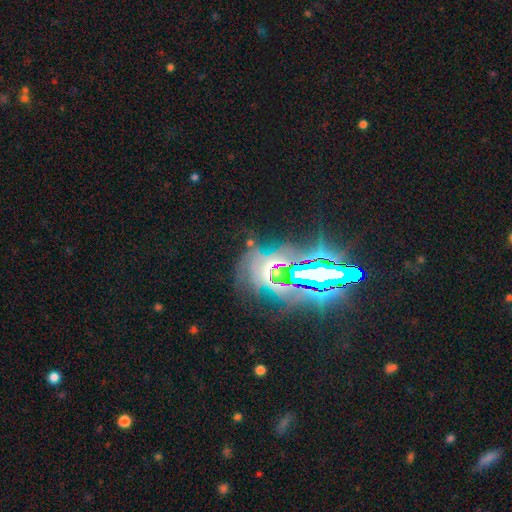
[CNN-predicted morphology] Smooth or featured? star or artifact (57%)